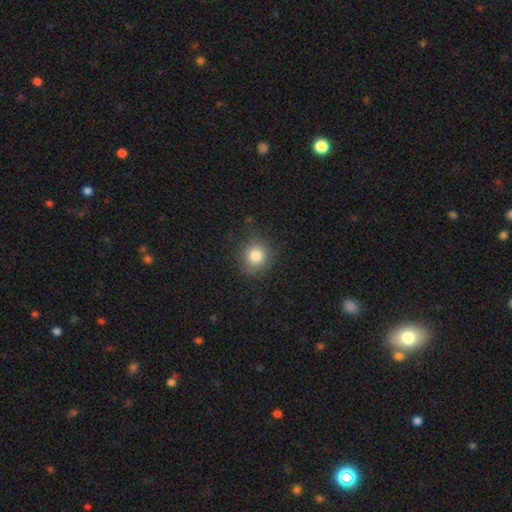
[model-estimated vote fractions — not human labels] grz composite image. It shows a smooth galaxy with no disk features (81%) that is round (88%). Merging: none (80%).